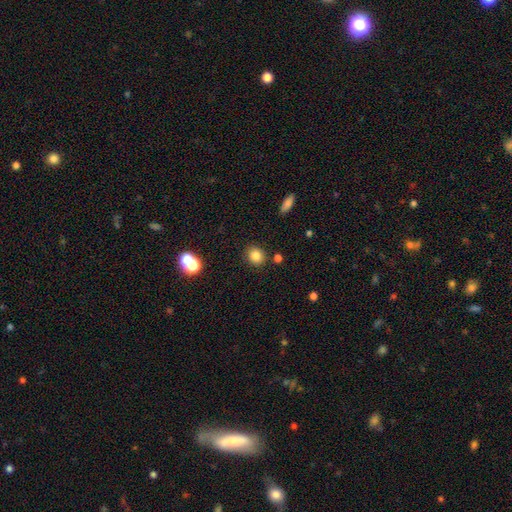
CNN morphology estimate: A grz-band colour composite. It shows a smooth galaxy with no disk features (83%) that is round (80%). Merging: none (85%).